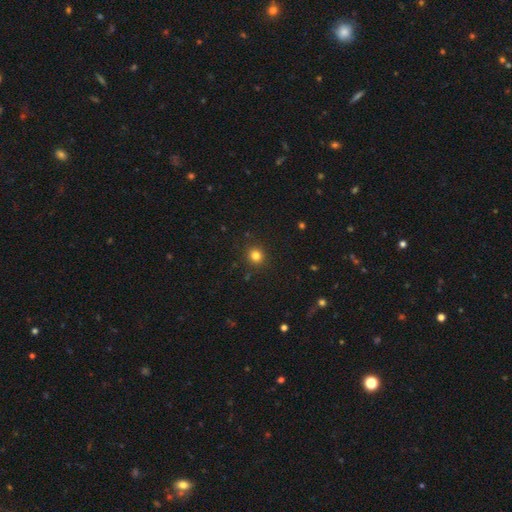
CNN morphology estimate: type=smooth (81%); roundness=round (90%); merging=none (90%).